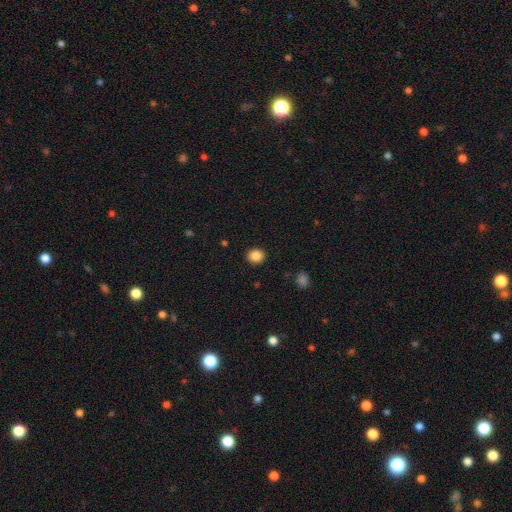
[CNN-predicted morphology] Smooth or featured? Predicted: smooth (p=0.87). How rounded? Predicted: round (p=0.72). Merging? Predicted: none (p=0.91).